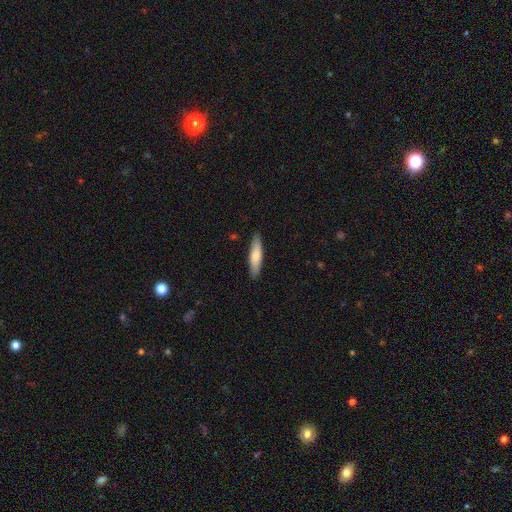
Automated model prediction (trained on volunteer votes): A smooth galaxy with no disk features (73%) that is cigar-shaped (74%). Merging: none (88%).